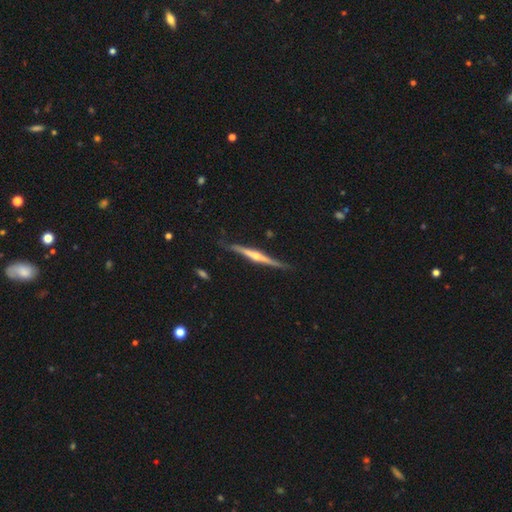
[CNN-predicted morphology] Overall: featured or disk (82%). Edge-on disk: yes (98%). Edge-on bulge: rounded (88%). Merging: none (82%).